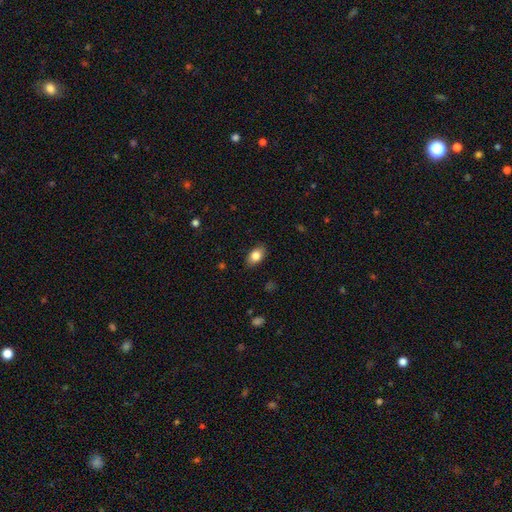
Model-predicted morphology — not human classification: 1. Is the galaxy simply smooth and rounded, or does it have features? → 83% smooth, 9% featured or disk, 8% star or artifact.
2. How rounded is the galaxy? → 88% in between, 11% round, 2% cigar-shaped.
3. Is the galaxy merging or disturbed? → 86% none, 11% minor disturbance, 2% major disturbance, 1% merger.